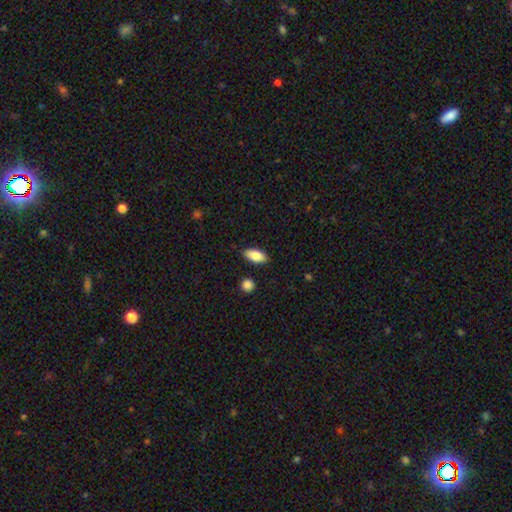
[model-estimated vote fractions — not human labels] smooth_or_featured: smooth (p=0.84) [alt: featured or disk p=0.10]
how_rounded: in between (p=0.89) [alt: cigar-shaped p=0.09]
merging: none (p=0.87) [alt: minor disturbance p=0.09]